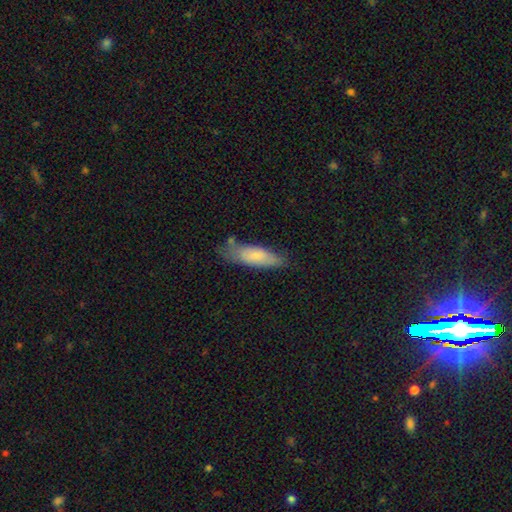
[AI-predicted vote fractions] A smooth galaxy with no disk features (75%) that is in between round and cigar-shaped (54%). Merging: none (56%).